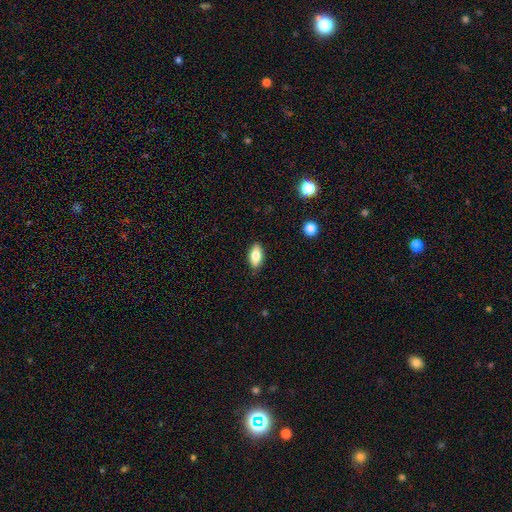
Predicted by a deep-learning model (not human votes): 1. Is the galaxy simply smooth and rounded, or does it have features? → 79% smooth, 13% featured or disk, 7% star or artifact.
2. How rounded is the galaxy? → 88% in between, 9% cigar-shaped, 3% round.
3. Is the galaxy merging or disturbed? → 87% none, 10% minor disturbance, 2% major disturbance, 1% merger.